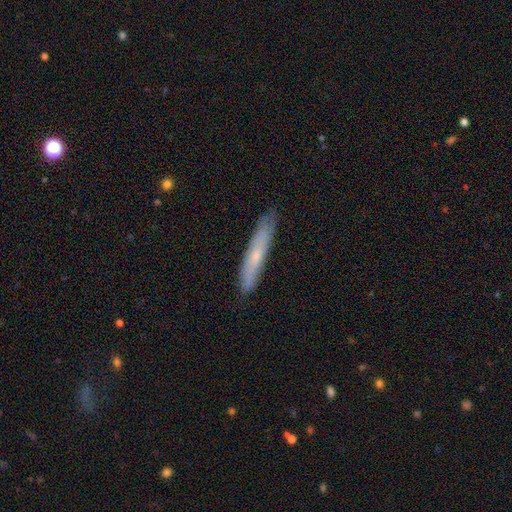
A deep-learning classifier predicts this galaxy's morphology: This is possibly a smooth galaxy (55%). How rounded: clearly cigar-shaped (91%). Merging: clearly none (83%).